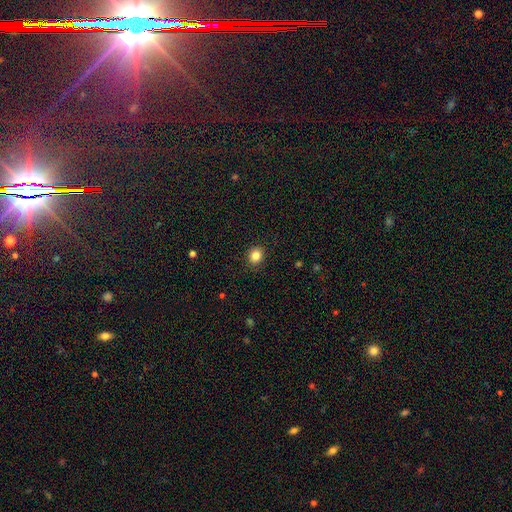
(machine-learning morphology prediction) Smooth or featured? smooth (84%)
How rounded? round (77%)
Merging? none (90%)